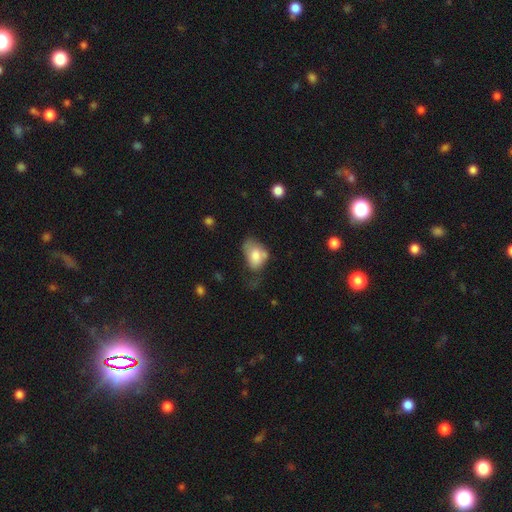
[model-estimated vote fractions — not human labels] Smooth or featured: smooth — 73% (featured or disk — 19%)
How rounded: in between — 80% (round — 19%)
Merging: minor disturbance — 34% (major disturbance — 29%)